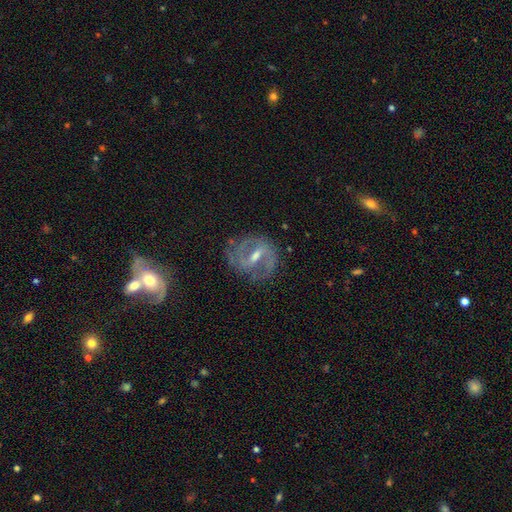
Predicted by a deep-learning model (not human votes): smooth-or-featured: featured or disk: 85% | smooth: 8% | star or artifact: 7%
  disk-edge-on: no: 96% | yes: 4%
    bar: strong: 45% (tied) | weak: 45% (tied) | no: 11%
    has-spiral-arms: yes: 93% | no: 7%
      spiral-winding: medium: 51% | tight: 32% | loose: 17%
      spiral-arm-count: 2: 79% | can't tell: 9% | 3: 5% | 1: 3% | 4: 2% | more than 4: 2%
    bulge-size: moderate: 56% | small: 38% | large: 3% | none: 3% | dominant: 1%
  merging: none: 74% | minor disturbance: 17% | major disturbance: 8% | merger: 2%